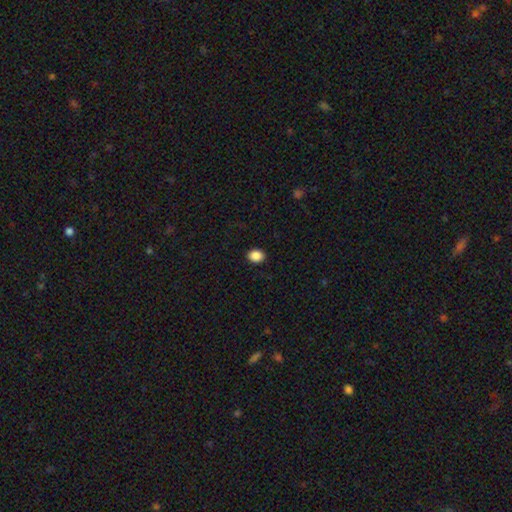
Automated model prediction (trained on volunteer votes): This appears to be a smooth galaxy with no disk features (88%) that is in between round and cigar-shaped (50%). Merging: none (91%).